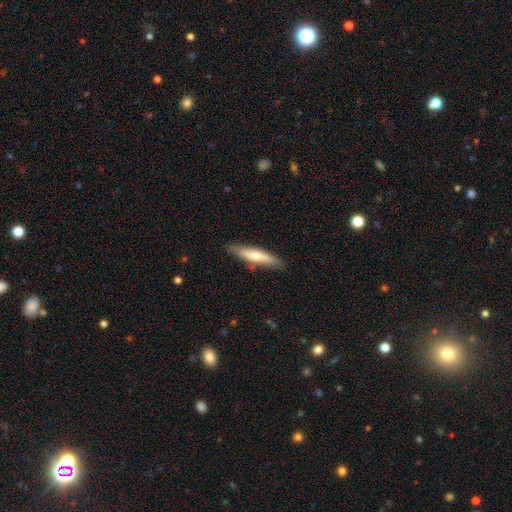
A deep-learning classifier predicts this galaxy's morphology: Smooth or featured: smooth — 62% (featured or disk — 32%)
How rounded: cigar-shaped — 83% (in between — 16%)
Merging: none — 84% (minor disturbance — 12%)